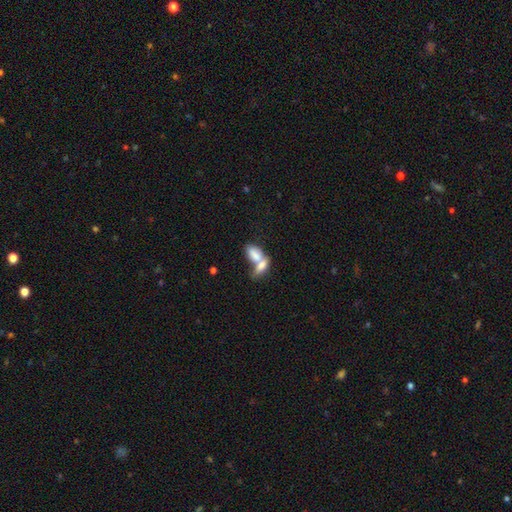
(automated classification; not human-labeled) Overall: smooth (76%). How rounded: in between (88%). Merging: merger (74%).